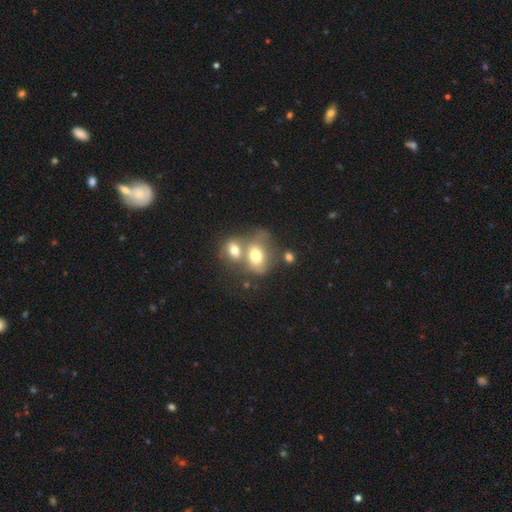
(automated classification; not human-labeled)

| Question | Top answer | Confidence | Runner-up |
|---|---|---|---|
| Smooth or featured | smooth | 71% | featured or disk (19%) |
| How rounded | in between | 58% | round (41%) |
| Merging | merger | 60% | none (23%) |